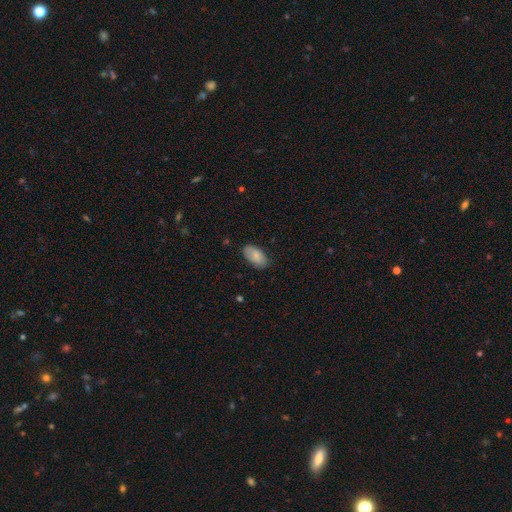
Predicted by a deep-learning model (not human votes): A smooth galaxy with no disk features (80%) that is in between round and cigar-shaped (94%). Merging: none (78%).